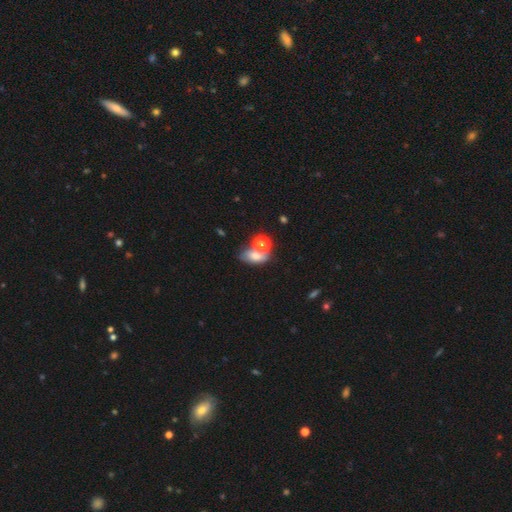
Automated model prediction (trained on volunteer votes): smooth_or_featured: smooth (p=0.68) [alt: featured or disk p=0.17]
how_rounded: in between (p=0.75) [alt: round p=0.21]
merging: merger (p=0.41) [alt: none p=0.37]